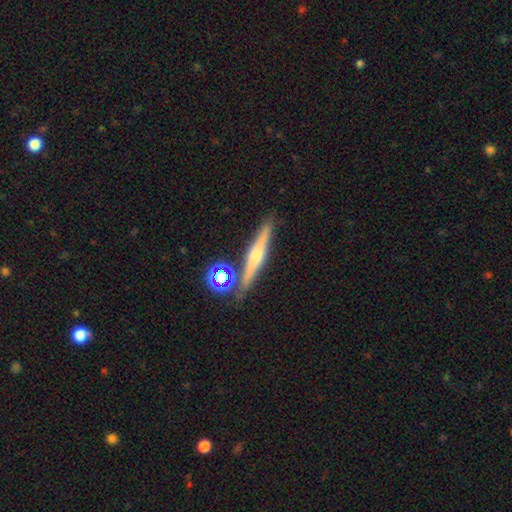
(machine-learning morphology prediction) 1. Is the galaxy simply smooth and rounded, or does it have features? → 56% featured or disk, 31% smooth, 13% star or artifact.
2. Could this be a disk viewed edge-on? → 95% yes, 5% no.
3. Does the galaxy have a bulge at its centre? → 79% rounded, 11% none, 10% boxy.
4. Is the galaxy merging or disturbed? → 82% none, 8% minor disturbance, 7% merger, 3% major disturbance.